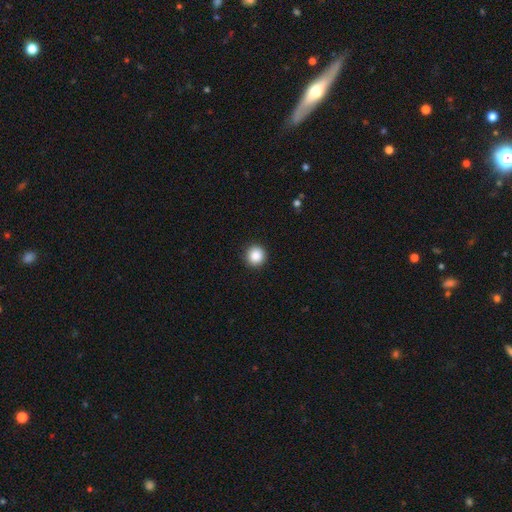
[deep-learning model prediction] Smooth or featured? smooth (88%)
How rounded? round (95%)
Merging? none (92%)